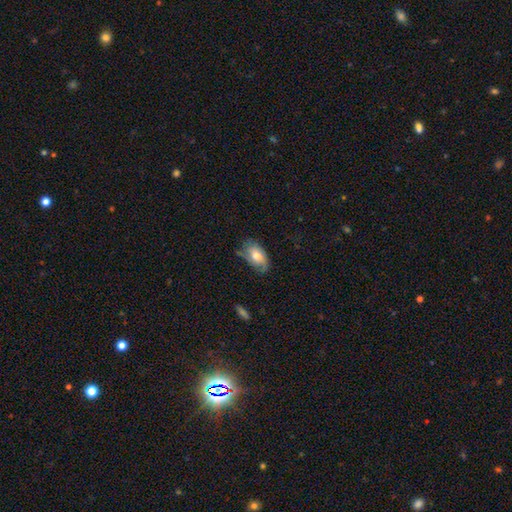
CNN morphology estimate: This is likely a smooth galaxy (61%). How rounded: clearly in between (91%). Merging: possibly none (54%).